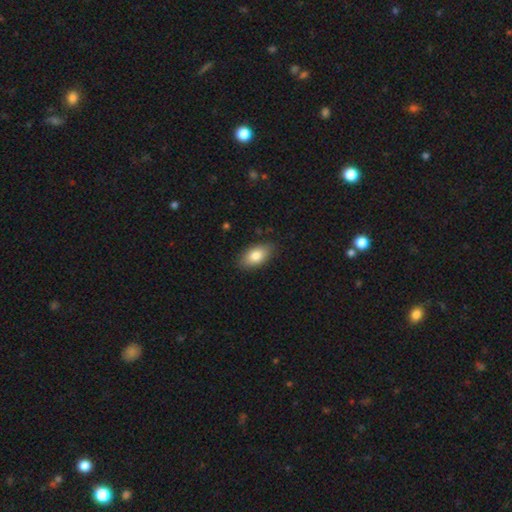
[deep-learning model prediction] Q: Smooth or featured?
A: smooth (82%); runner-up: featured or disk (11%)
Q: How rounded?
A: in between (92%); runner-up: round (5%)
Q: Merging?
A: none (85%); runner-up: minor disturbance (12%)